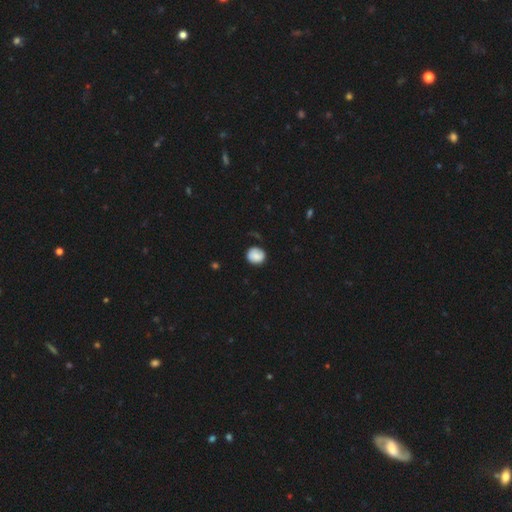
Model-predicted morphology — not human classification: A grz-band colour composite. It shows a smooth galaxy with no disk features (79%) that is round (82%). Merging: none (78%).